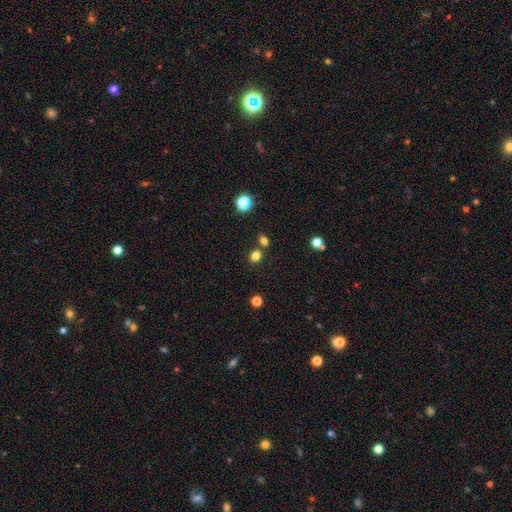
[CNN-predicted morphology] Q: Smooth or featured?
A: smooth (79%); runner-up: star or artifact (16%)
Q: How rounded?
A: round (68%); runner-up: in between (31%)
Q: Merging?
A: none (74%); runner-up: merger (14%)